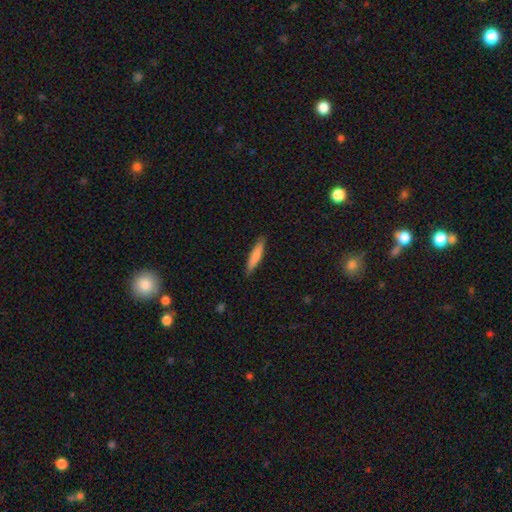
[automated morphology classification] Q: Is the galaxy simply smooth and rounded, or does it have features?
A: smooth — 80%.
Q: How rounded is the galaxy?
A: cigar-shaped — 87%.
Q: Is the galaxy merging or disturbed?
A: none — 85%.